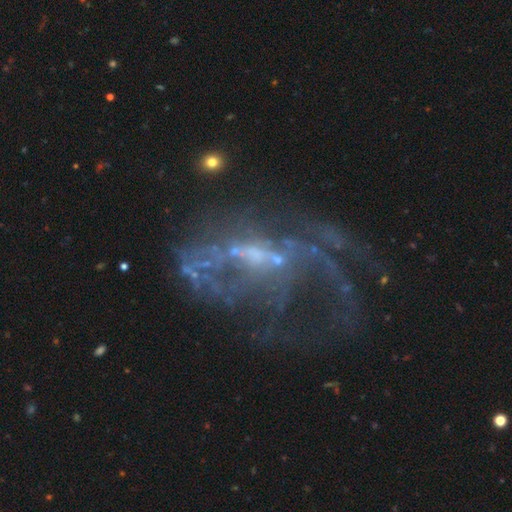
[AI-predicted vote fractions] Morphology: type=featured or disk (75%); edge-on=no (96%); bar=no (56%); spiral arms=yes (52%); bulge=small (47%); merging=major disturbance (48%).